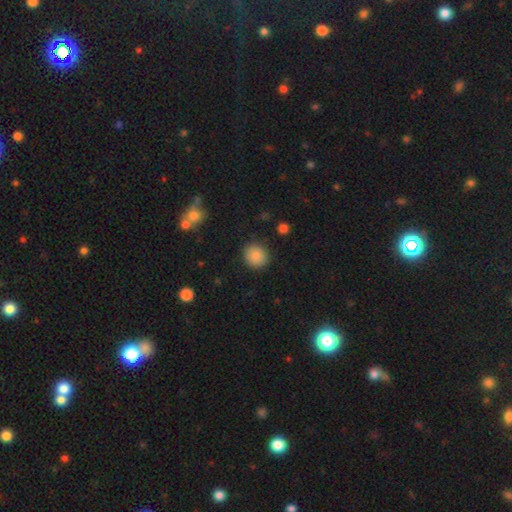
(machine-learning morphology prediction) smooth 87%, star or artifact 8%, featured or disk 4%. Down the decision tree: how rounded — round (88%); merging — none (89%).